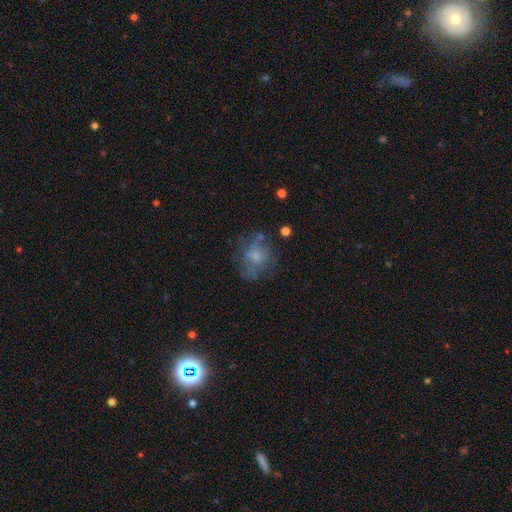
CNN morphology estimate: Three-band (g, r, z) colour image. It shows a smooth galaxy with no disk features (57%) that is round (70%). Merging: none (57%).